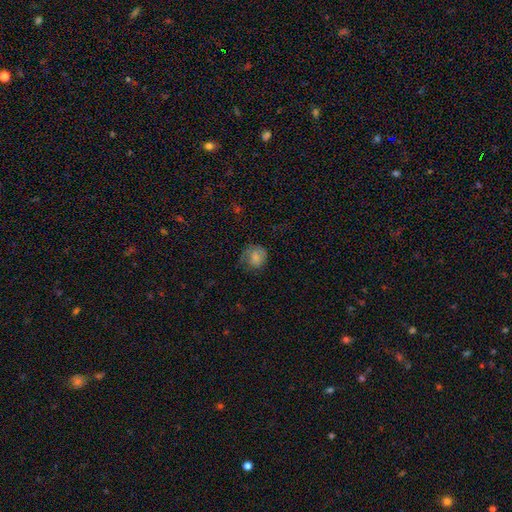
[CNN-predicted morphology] type=smooth (65%); roundness=round (79%); merging=none (66%).